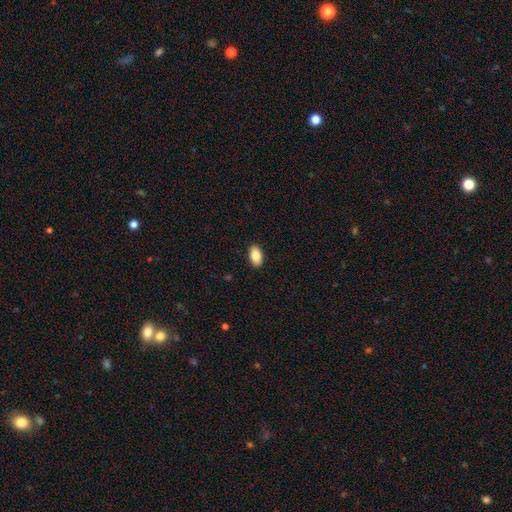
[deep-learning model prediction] A smooth galaxy with no disk features (85%) that is in between round and cigar-shaped (94%).

Vote fractions:
- Smooth or featured? smooth: 85% / featured or disk: 8% / star or artifact: 7%
- How rounded? in between: 94% / round: 4% / cigar-shaped: 2%
- Merging? none: 90% / minor disturbance: 7% / major disturbance: 2% / merger: 1%